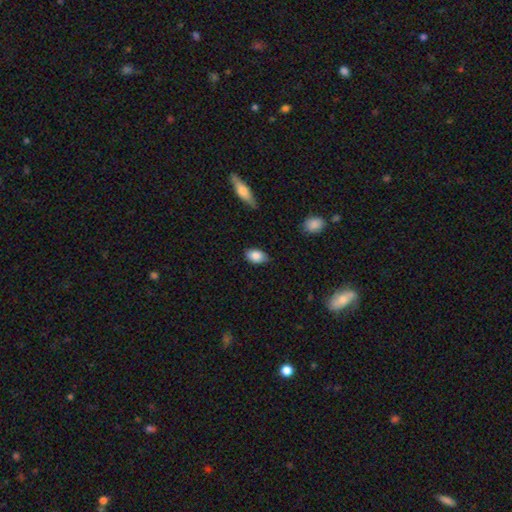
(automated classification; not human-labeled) A smooth galaxy with no disk features (86%) that is in between round and cigar-shaped (90%). Merging: none (83%).